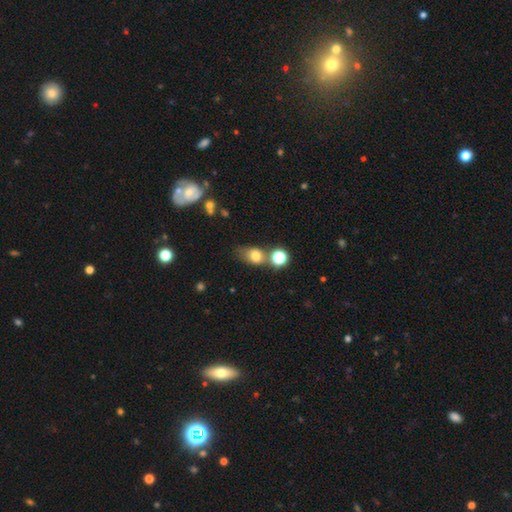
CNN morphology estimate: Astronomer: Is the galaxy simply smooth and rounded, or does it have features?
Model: smooth — 75%.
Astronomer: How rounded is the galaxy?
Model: in between — 58% (runner-up: round, 40%).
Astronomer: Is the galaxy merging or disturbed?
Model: none — 47% (runner-up: merger, 25%).